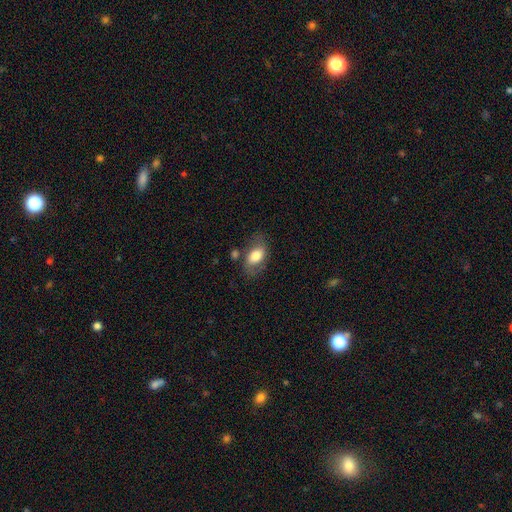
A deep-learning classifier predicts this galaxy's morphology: The model was most divided on "smooth or featured": smooth: 65%, featured or disk: 27%, star or artifact: 7%. More confident: how rounded — in between (89%); merging — none (64%).